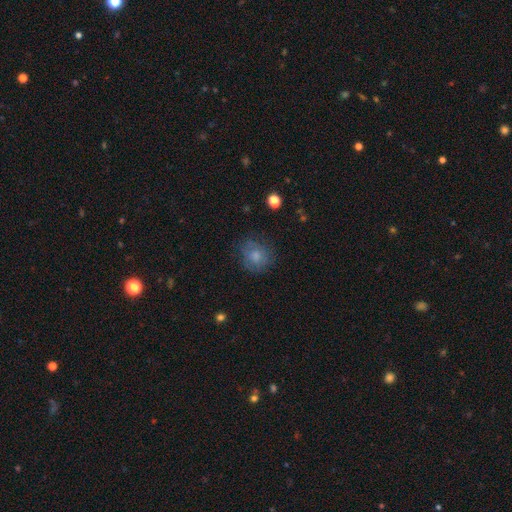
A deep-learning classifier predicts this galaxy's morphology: This appears to be a smooth galaxy with no disk features (69%) that is round (81%). Merging: none (70%).